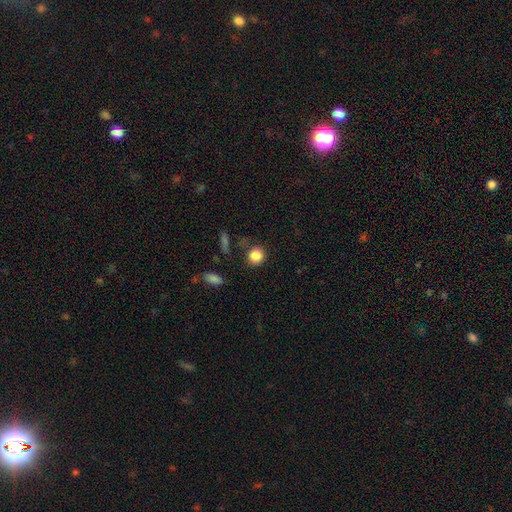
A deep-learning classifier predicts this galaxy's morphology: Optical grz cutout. It shows a smooth galaxy with no disk features (85%) that is round (85%). Merging: none (81%).